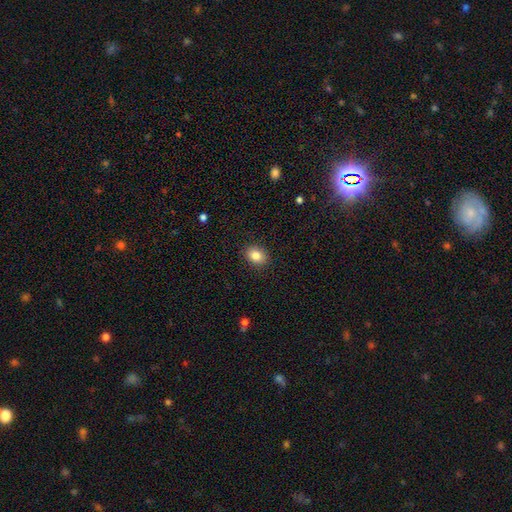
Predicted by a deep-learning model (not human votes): Q: Smooth or featured?
A: smooth (83%); runner-up: star or artifact (9%)
Q: How rounded?
A: in between (58%); runner-up: round (41%)
Q: Merging?
A: none (89%); runner-up: minor disturbance (8%)